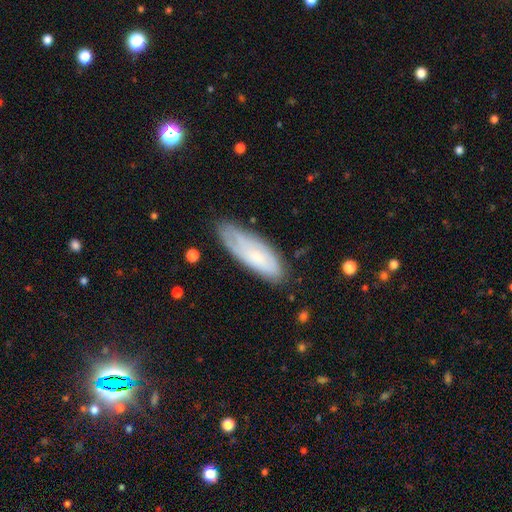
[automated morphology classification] This appears to be a smooth galaxy with no disk features (53%) that is in between round and cigar-shaped (60%). Merging: none (68%).